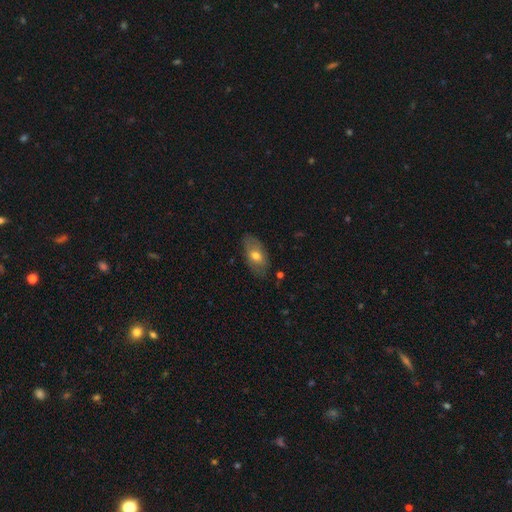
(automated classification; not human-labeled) Smooth or featured?
  - smooth: 62% *
  - featured or disk: 31%
  - star or artifact: 7%
How rounded?
  - in between: 90% *
  - round: 5%
  - cigar-shaped: 5%
Merging?
  - none: 76% *
  - minor disturbance: 18%
  - major disturbance: 4%
  - merger: 2%